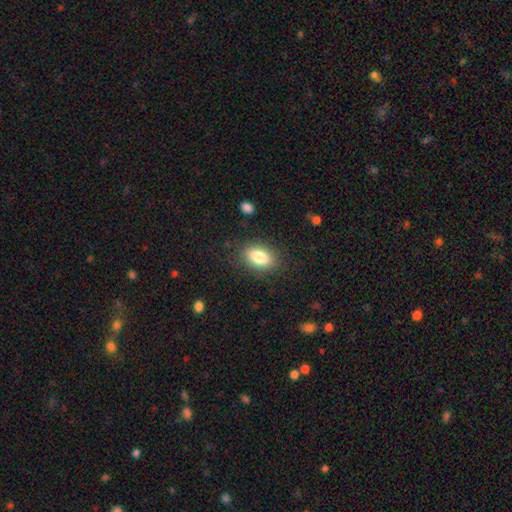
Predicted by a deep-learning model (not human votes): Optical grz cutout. It shows a smooth galaxy with no disk features (84%) that is in between round and cigar-shaped (89%). Merging: none (86%).